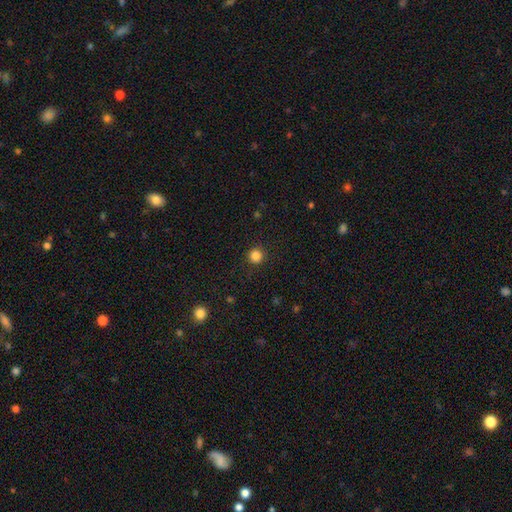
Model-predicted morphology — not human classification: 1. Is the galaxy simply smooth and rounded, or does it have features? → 85% smooth, 12% star or artifact, 3% featured or disk.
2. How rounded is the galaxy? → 95% round, 5% in between, 1% cigar-shaped.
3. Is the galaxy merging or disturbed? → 92% none, 5% minor disturbance, 2% major disturbance, 1% merger.